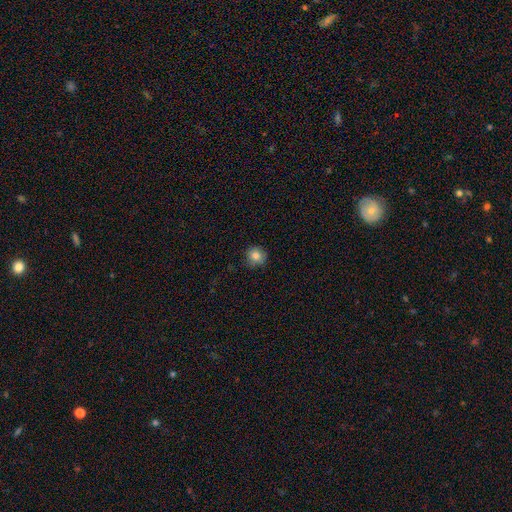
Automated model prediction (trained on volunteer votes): Morphology: type=smooth (83%); roundness=round (91%); merging=none (84%).